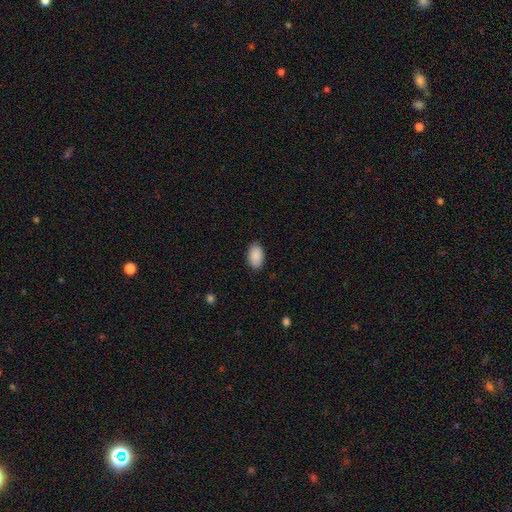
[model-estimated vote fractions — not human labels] Smooth or featured: smooth — 91% (star or artifact — 6%)
How rounded: in between — 93% (round — 6%)
Merging: none — 87% (minor disturbance — 10%)